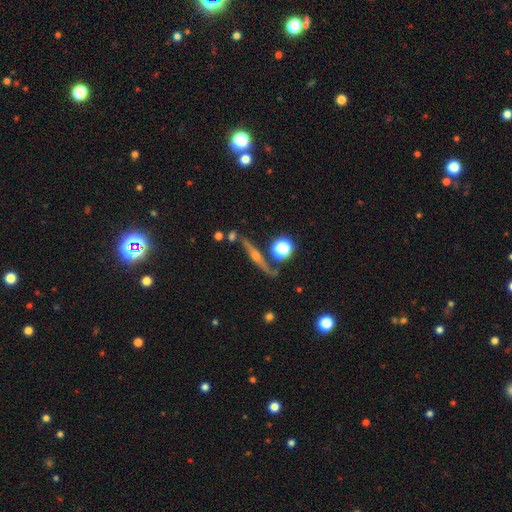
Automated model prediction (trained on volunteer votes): Smooth or featured: featured or disk — 78% (smooth — 13%)
Edge-on disk: yes — 94% (no — 6%)
Edge-on bulge: rounded — 88% (none — 7%)
Merging: none — 79% (minor disturbance — 12%)